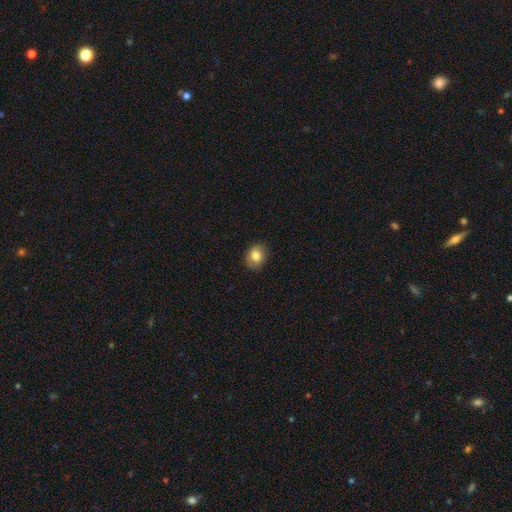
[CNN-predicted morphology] smooth_or_featured: smooth (p=0.82) [alt: featured or disk p=0.09]
how_rounded: round (p=0.51) [alt: in between p=0.48]
merging: none (p=0.86) [alt: minor disturbance p=0.11]